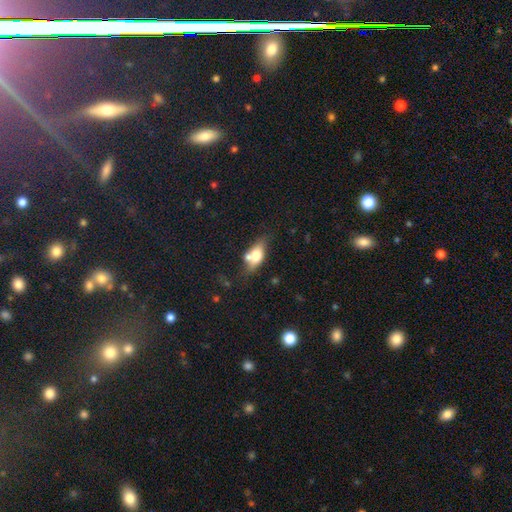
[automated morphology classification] This is likely a smooth galaxy (61%). How rounded: likely in between (77%). Merging: possibly none (54%).